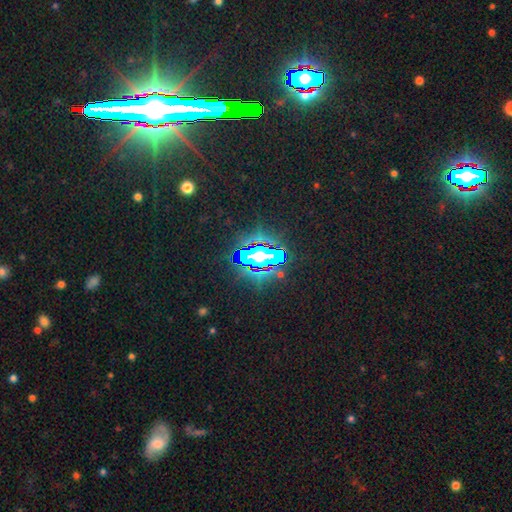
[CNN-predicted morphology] type=star or artifact (77%).